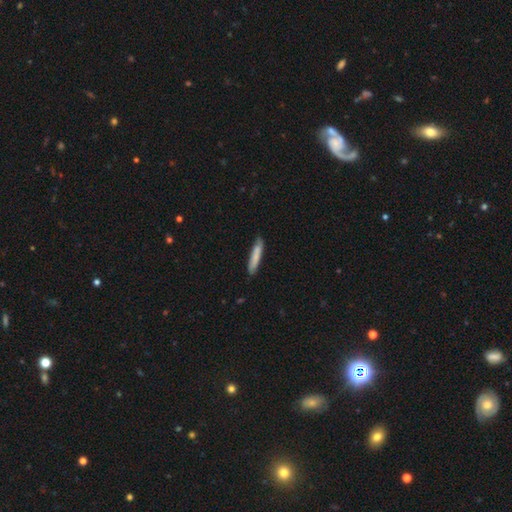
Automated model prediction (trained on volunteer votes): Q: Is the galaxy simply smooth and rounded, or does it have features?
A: smooth — 77%.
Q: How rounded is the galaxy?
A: cigar-shaped — 91%.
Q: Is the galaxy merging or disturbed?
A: none — 82%.